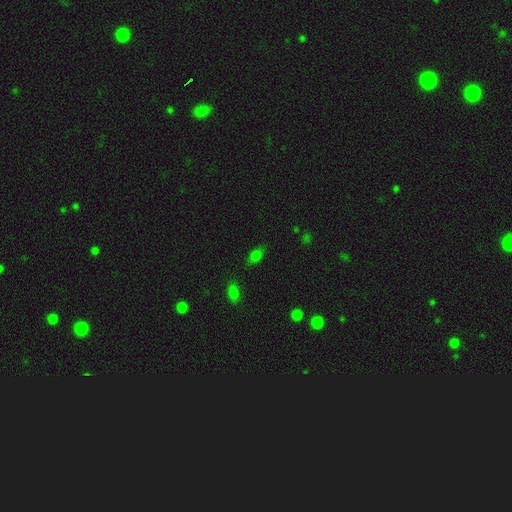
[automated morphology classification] smooth 70%, star or artifact 21%, featured or disk 9%. Down the decision tree: how rounded — in between (82%); merging — none (77%).